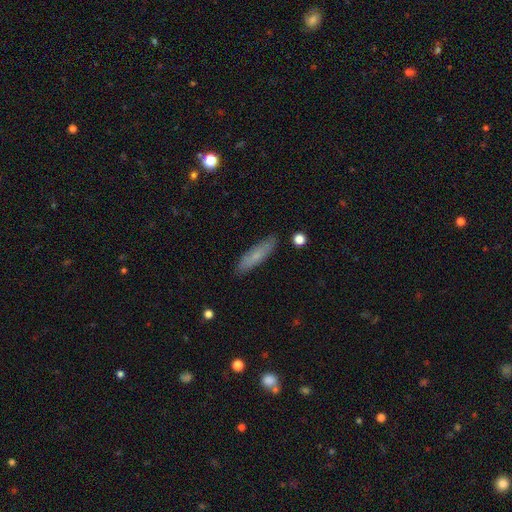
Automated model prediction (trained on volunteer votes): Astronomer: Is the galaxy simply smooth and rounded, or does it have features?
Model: smooth — 67%.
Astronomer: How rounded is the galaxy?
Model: cigar-shaped — 75%.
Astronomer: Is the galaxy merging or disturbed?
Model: none — 87%.